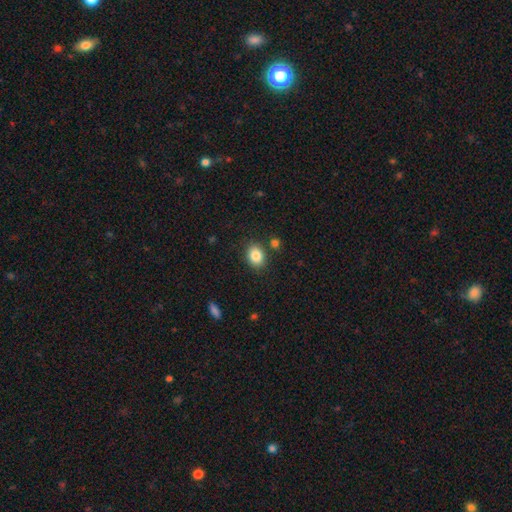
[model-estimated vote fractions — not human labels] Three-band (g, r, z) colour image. It shows a smooth galaxy with no disk features (85%) that is in between round and cigar-shaped (57%). Merging: none (83%).